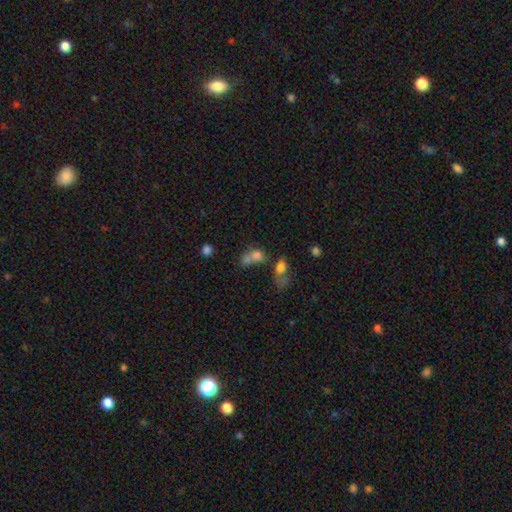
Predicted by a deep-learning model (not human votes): Smooth or featured? Predicted: smooth (p=0.71). How rounded? Predicted: in between (p=0.55). Merging? Predicted: merger (p=0.55).